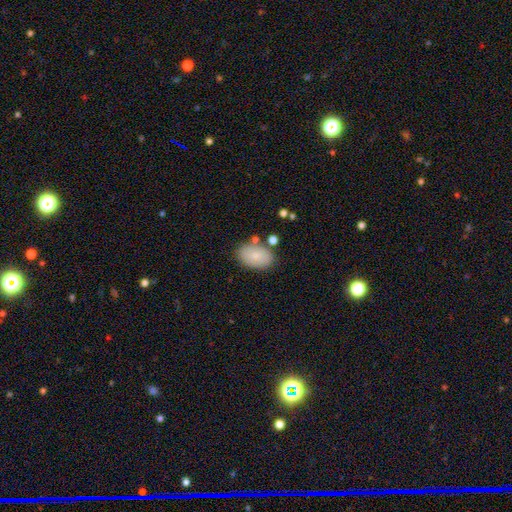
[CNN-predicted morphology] Overall: smooth (81%). How rounded: in between (90%). Merging: none (78%).